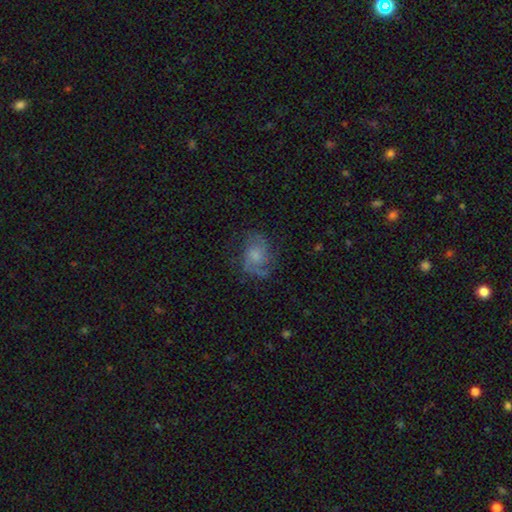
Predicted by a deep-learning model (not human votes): A featured or disk galaxy (64%) with no bar (66%), 2 (65%) medium (47%) spiral arms (89%) and a moderate central bulge (35%).

Vote fractions:
- Smooth or featured? featured or disk: 64% / smooth: 27% / star or artifact: 9%
- Edge-on disk? no: 97% / yes: 3%
- Bar? no: 66% / weak: 30% / strong: 4%
- Spiral arms? yes: 89% / no: 11%
- Spiral winding? medium: 47% / loose: 34% / tight: 19%
- Spiral arm count? 2: 65% / can't tell: 15% / 3: 8% / 1: 8% / 4: 2% / more than 4: 2%
- Bulge size? moderate: 35% / small: 34% / none: 20% / large: 9% / dominant: 2%
- Merging? none: 61% / minor disturbance: 21% / major disturbance: 17% / merger: 2%